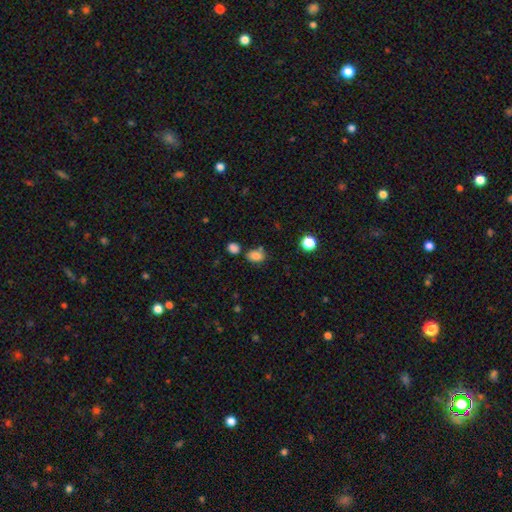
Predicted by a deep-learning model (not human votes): Smooth or featured: smooth — 81% (star or artifact — 12%)
How rounded: in between — 78% (round — 20%)
Merging: none — 63% (minor disturbance — 19%)